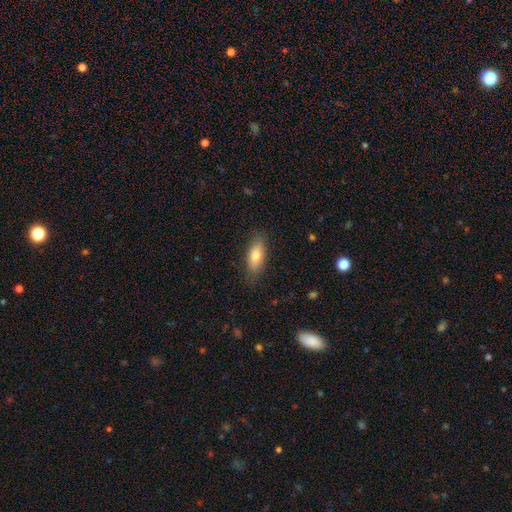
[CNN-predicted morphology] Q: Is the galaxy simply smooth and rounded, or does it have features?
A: smooth — 74%.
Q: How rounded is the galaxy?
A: in between — 75%.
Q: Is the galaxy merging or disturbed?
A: none — 82%.